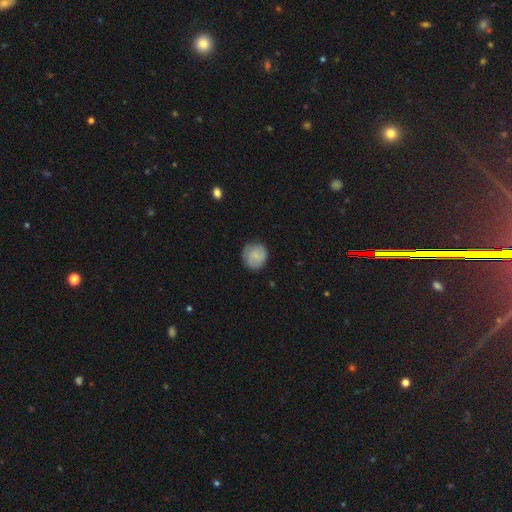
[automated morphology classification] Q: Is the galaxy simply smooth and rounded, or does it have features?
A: smooth — 76%.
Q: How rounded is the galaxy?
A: round — 89%.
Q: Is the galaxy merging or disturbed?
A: none — 80%.